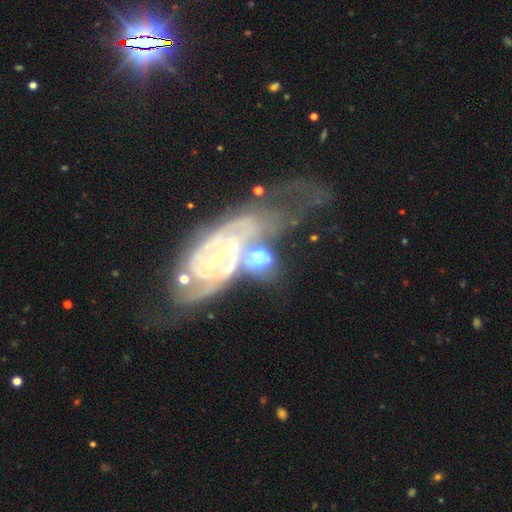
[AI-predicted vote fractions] A featured or disk galaxy (63%) with no bar (47%), spiral arms (65%) and a moderate central bulge (43%).

Vote fractions:
- Smooth or featured? featured or disk: 63% / smooth: 28% / star or artifact: 9%
- Edge-on disk? no: 92% / yes: 8%
- Bar? no: 47% / weak: 31% / strong: 22%
- Spiral arms? yes: 65% / no: 35%
- Bulge size? moderate: 43% / small: 35% / large: 12% / none: 7% / dominant: 3%
- Merging? merger: 58% / major disturbance: 16% / none: 16% / minor disturbance: 11%